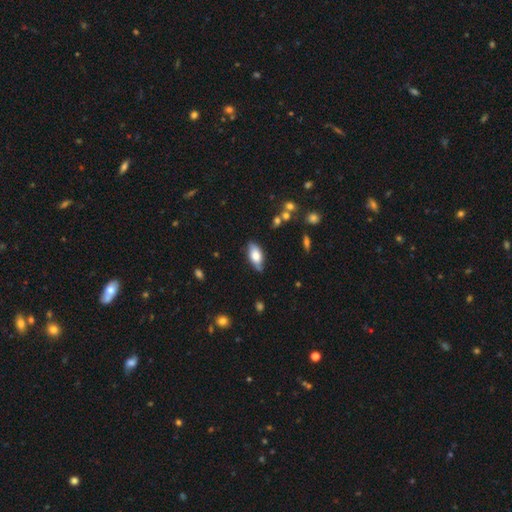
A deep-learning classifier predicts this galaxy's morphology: This appears to be a smooth galaxy with no disk features (70%) that is in between round and cigar-shaped (88%). Merging: none (71%).